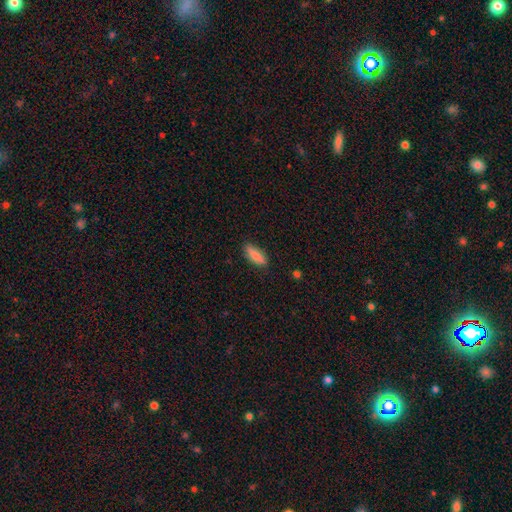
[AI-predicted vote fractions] This appears to be a smooth galaxy with no disk features (85%) that is in between round and cigar-shaped (57%). Merging: none (85%).